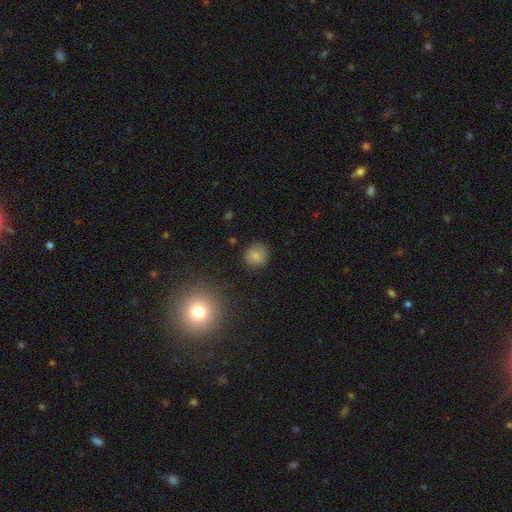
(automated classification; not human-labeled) smooth_or_featured: smooth (p=0.79) [alt: star or artifact p=0.13]
how_rounded: round (p=0.87) [alt: in between p=0.12]
merging: none (p=0.83) [alt: minor disturbance p=0.12]